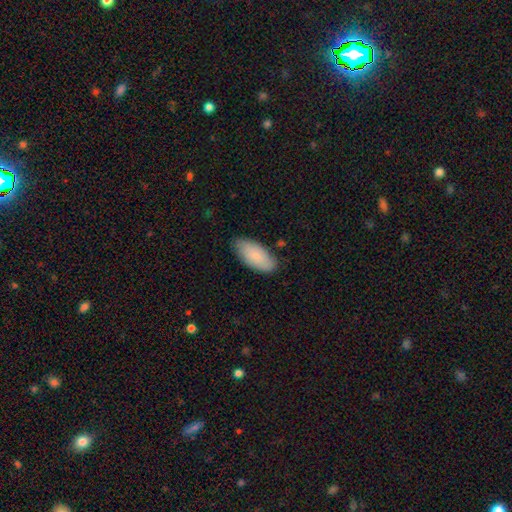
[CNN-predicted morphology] smooth 84%, featured or disk 10%, star or artifact 6%. Down the decision tree: how rounded — in between (92%); merging — none (79%).